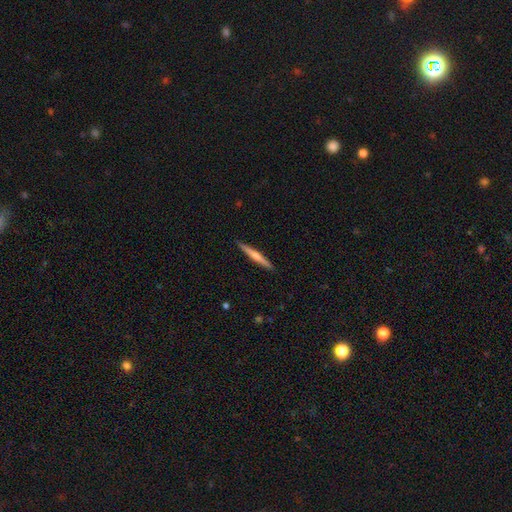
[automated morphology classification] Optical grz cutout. It shows a featured or disk galaxy (49%). Merging: none (92%).